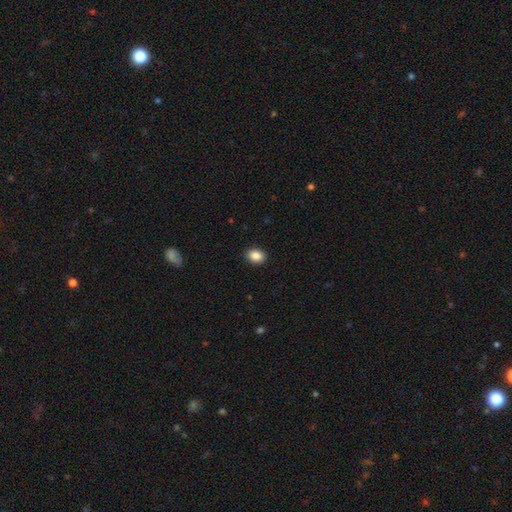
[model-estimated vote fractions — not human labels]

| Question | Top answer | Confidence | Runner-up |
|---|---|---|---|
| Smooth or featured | smooth | 88% | star or artifact (8%) |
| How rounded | in between | 68% | round (31%) |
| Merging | none | 91% | minor disturbance (6%) |